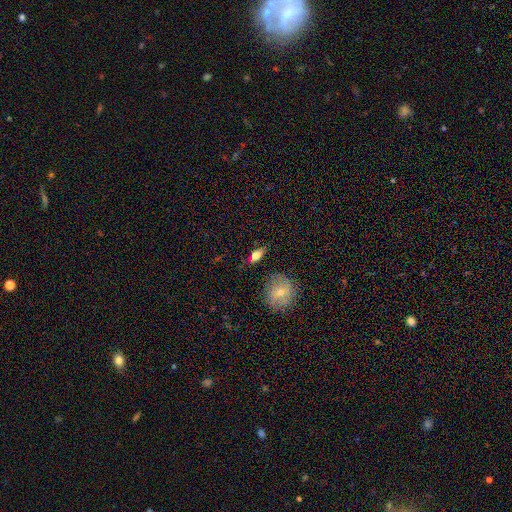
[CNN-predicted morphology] A smooth galaxy with no disk features (69%) that is in between round and cigar-shaped (72%). Merging: none (79%).